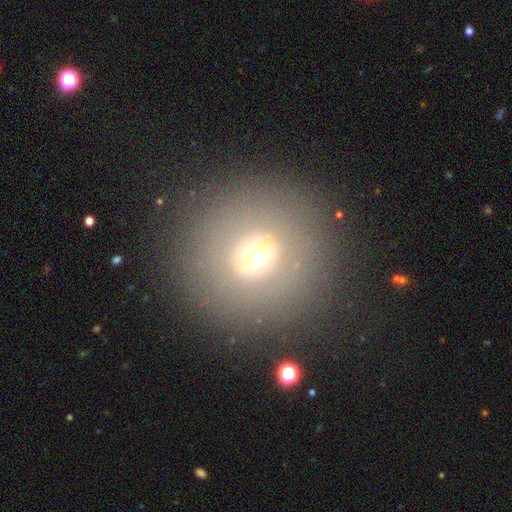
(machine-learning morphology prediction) smooth 62%, featured or disk 22%, star or artifact 17%. Down the decision tree: how rounded — round (95%); merging — none (87%).